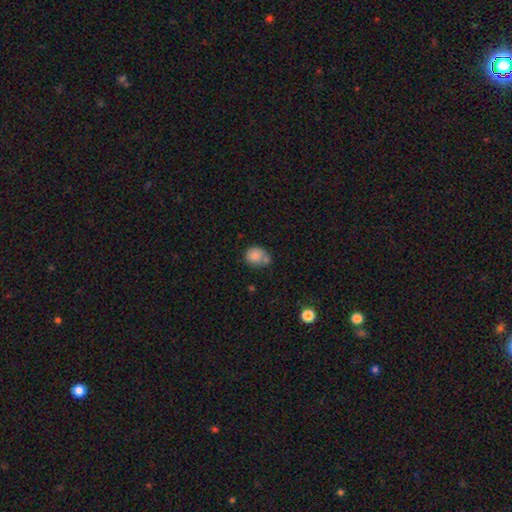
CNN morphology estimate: Smooth or featured? smooth (82%)
How rounded? round (70%)
Merging? none (48%)